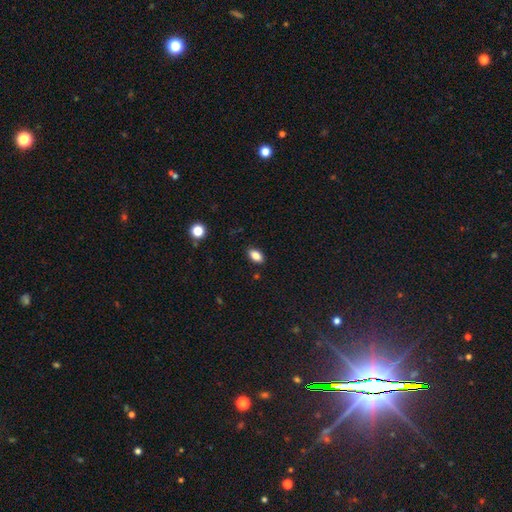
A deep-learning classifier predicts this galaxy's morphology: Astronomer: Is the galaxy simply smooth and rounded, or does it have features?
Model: smooth — 86%.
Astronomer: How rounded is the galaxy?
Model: in between — 90%.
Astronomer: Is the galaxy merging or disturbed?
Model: none — 88%.